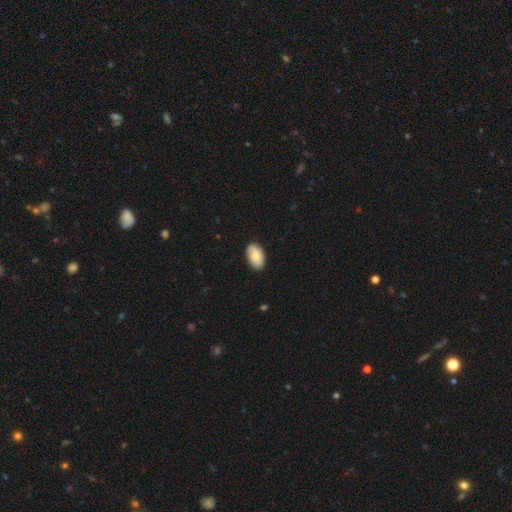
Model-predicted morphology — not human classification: This is likely a smooth galaxy (72%). How rounded: clearly in between (93%). Merging: clearly none (85%).